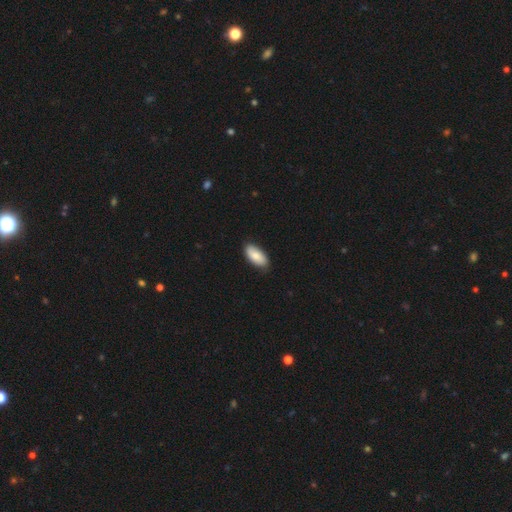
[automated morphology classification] smooth-or-featured: smooth: 80% | featured or disk: 14% | star or artifact: 6%
  how-rounded: in between: 92% | cigar-shaped: 6% | round: 2%
  merging: none: 83% | minor disturbance: 14% | major disturbance: 2% | merger: 1%